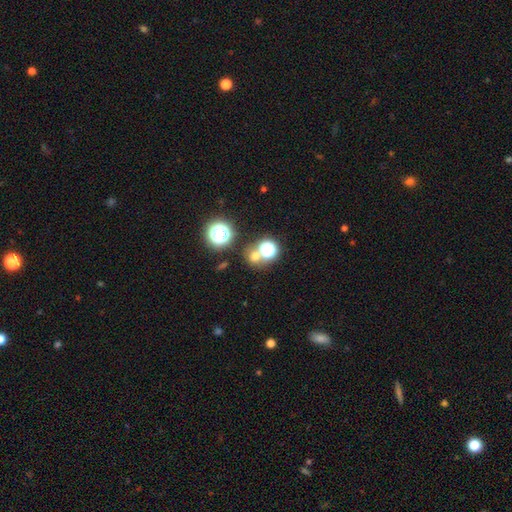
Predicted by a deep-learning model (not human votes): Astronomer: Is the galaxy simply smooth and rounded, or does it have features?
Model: smooth — 58% (runner-up: star or artifact, 34%).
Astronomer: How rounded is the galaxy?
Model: round — 85%.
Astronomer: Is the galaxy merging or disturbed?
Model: none — 65%.